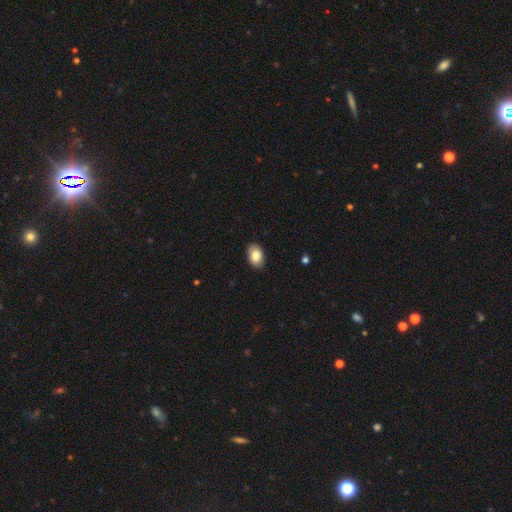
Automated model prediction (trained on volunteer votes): Morphology: type=smooth (86%); roundness=in between (87%); merging=none (87%).